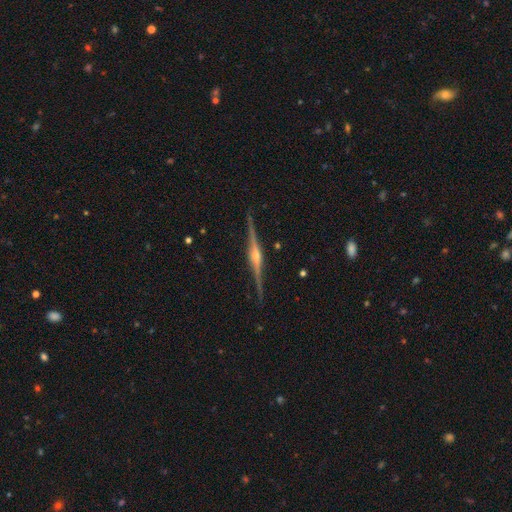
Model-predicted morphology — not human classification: type=featured or disk (89%); edge-on=yes (99%); edge-on bulge=rounded (84%); merging=none (90%).